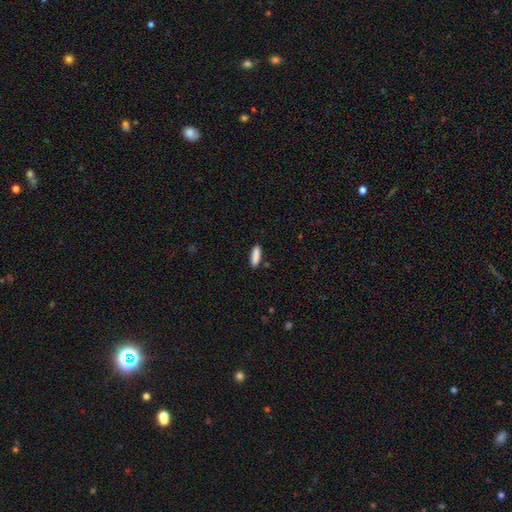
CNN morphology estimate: smooth-or-featured: smooth: 89% | star or artifact: 7% | featured or disk: 5%
  how-rounded: cigar-shaped: 58% | in between: 40% | round: 2%
  merging: none: 88% | minor disturbance: 9% | major disturbance: 2% | merger: 2%